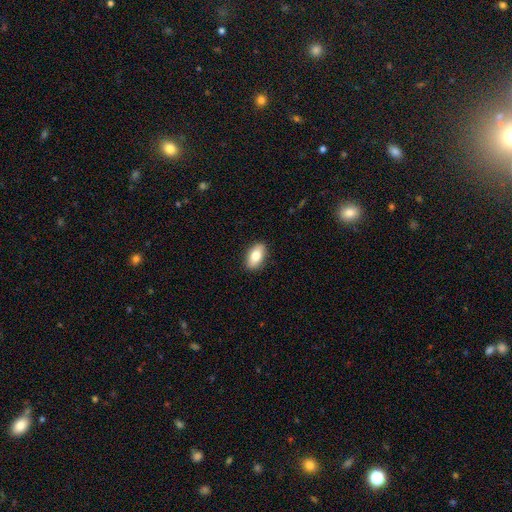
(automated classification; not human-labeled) Smooth or featured?
  - smooth: 80% *
  - featured or disk: 13%
  - star or artifact: 7%
How rounded?
  - in between: 91% *
  - round: 6%
  - cigar-shaped: 3%
Merging?
  - none: 89% *
  - minor disturbance: 9%
  - major disturbance: 2%
  - merger: 1%